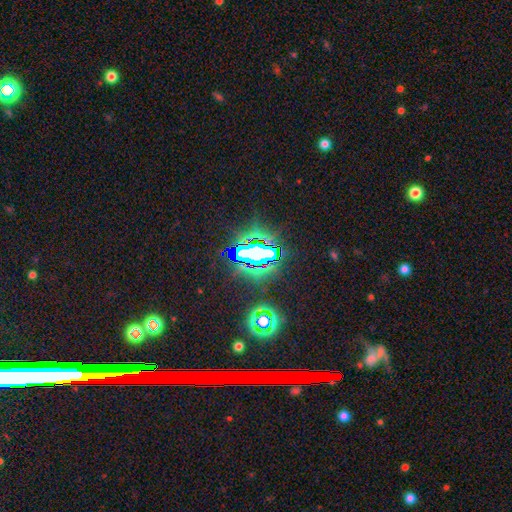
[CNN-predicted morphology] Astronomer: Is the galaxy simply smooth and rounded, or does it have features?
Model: star or artifact — 72%.